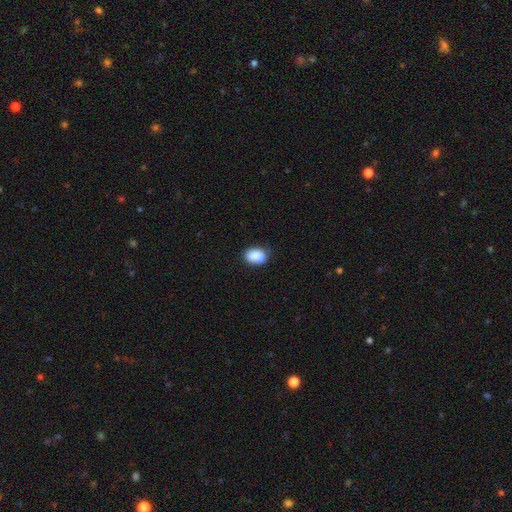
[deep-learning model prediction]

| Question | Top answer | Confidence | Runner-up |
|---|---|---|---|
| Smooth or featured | smooth | 87% | star or artifact (8%) |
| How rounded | in between | 75% | round (23%) |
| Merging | none | 70% | minor disturbance (23%) |